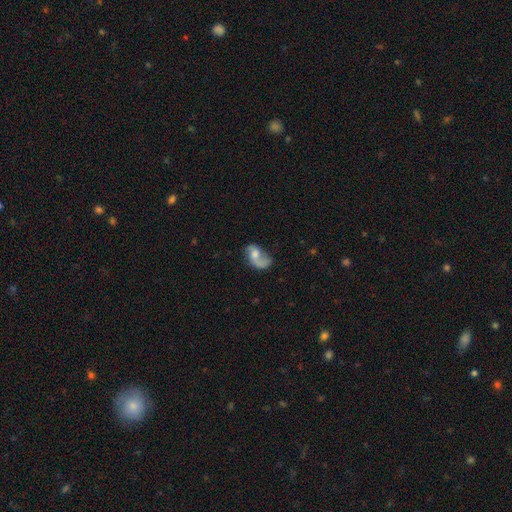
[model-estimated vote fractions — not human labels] A featured or disk galaxy (64%) with no bar (65%), 2 (60%) loose (66%) spiral arms (86%) and a moderate central bulge (44%). Merging: none (42%).